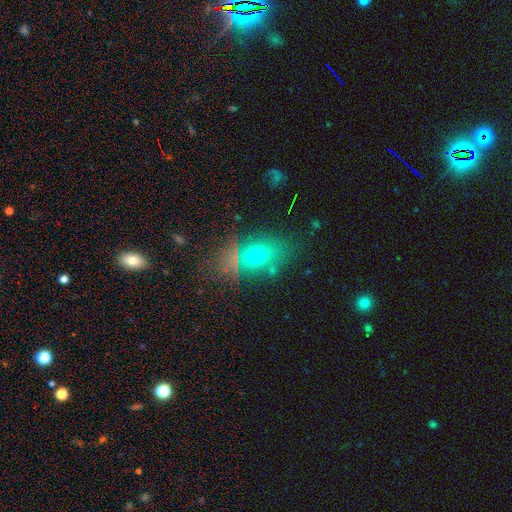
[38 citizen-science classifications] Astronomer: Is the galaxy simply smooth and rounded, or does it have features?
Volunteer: smooth — 71%.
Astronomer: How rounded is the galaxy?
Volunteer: in between — 89%.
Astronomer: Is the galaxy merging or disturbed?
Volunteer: none — 77%.